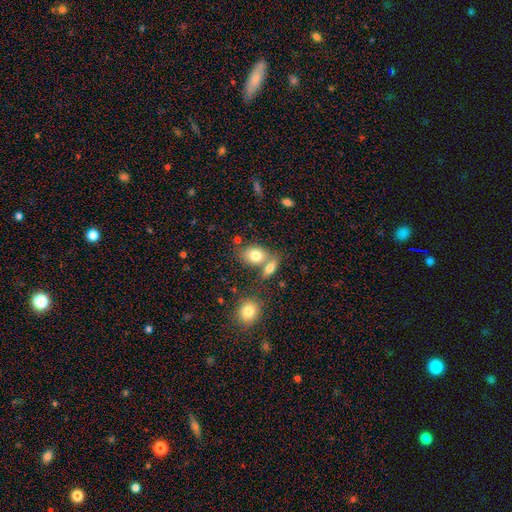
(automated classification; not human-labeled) smooth-or-featured: smooth: 79% | featured or disk: 12% | star or artifact: 9%
  how-rounded: in between: 71% | round: 27% | cigar-shaped: 2%
  merging: none: 49% | merger: 36% | minor disturbance: 10% | major disturbance: 4%